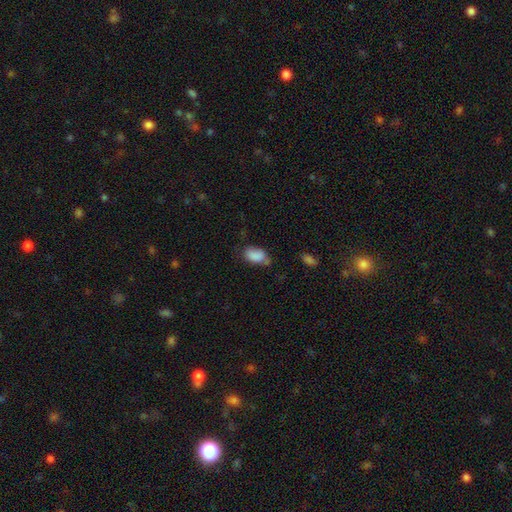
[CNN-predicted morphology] This is clearly a smooth galaxy (84%). How rounded: clearly in between (91%). Merging: possibly none (51%).